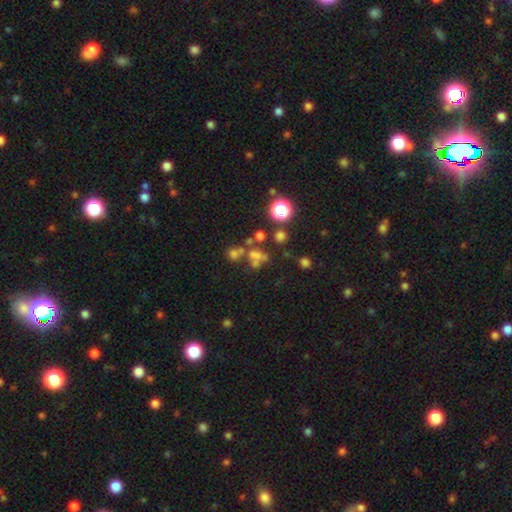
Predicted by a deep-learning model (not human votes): A smooth galaxy with no disk features (47%).

Vote fractions:
- Smooth or featured? smooth: 47% / star or artifact: 30% / featured or disk: 22%
- Merging? none: 40% / merger: 35% / major disturbance: 13% / minor disturbance: 12%